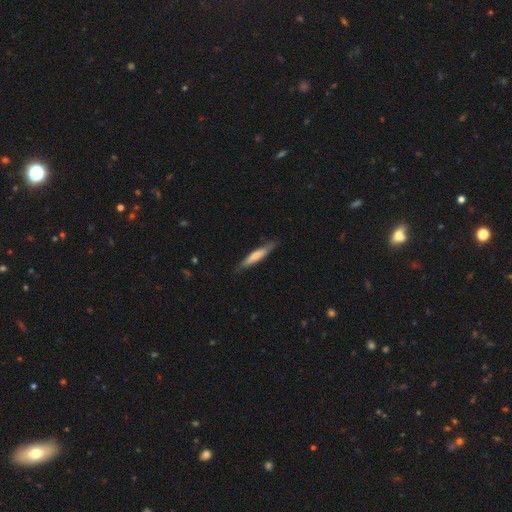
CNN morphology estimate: A smooth galaxy with no disk features (60%) that is cigar-shaped (89%).

Vote fractions:
- Smooth or featured? smooth: 60% / featured or disk: 35% / star or artifact: 5%
- How rounded? cigar-shaped: 89% / in between: 10% / round: 1%
- Merging? none: 80% / minor disturbance: 16% / major disturbance: 3% / merger: 1%